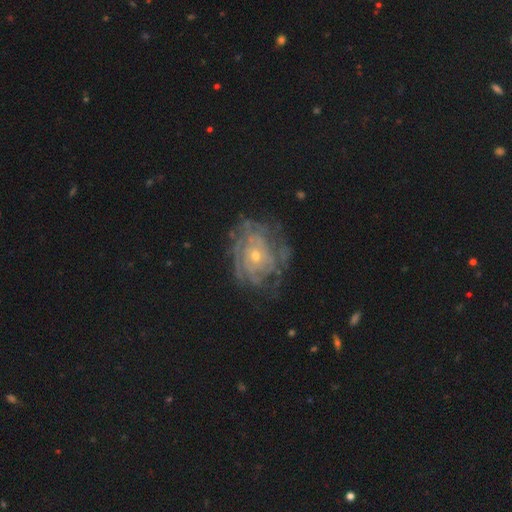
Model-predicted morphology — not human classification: Smooth or featured? Predicted: featured or disk (p=0.82). Edge-on disk? Predicted: no (p=0.97). Bar? Predicted: no (p=0.81). Spiral arms? Predicted: yes (p=0.85). Spiral winding? Predicted: tight (p=0.74). Spiral arm count? Predicted: can't tell (p=0.53). Bulge size? Predicted: small (p=0.64). Merging? Predicted: none (p=0.66).